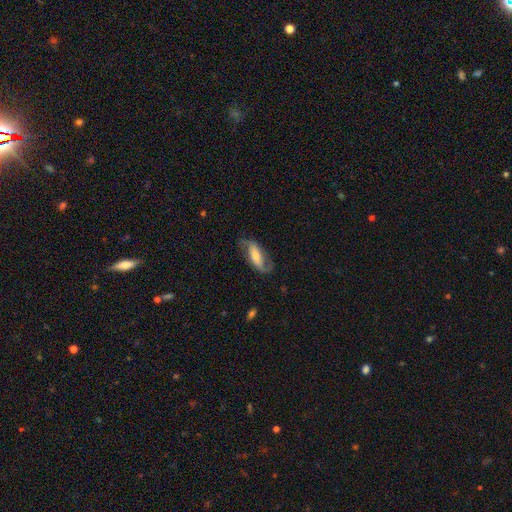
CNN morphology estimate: smooth-or-featured: featured or disk: 69% | smooth: 25% | star or artifact: 6%
  disk-edge-on: no: 92% | yes: 8%
    bar: strong: 34% | no: 33% | weak: 33%
    has-spiral-arms: yes: 91% | no: 9%
      spiral-winding: loose: 54% | medium: 33% | tight: 13%
      spiral-arm-count: 2: 87% | 1: 6% | can't tell: 4% | 3: 1% | 4: 1% | more than 4: 1%
    bulge-size: moderate: 42% | small: 37% | large: 12% | none: 7% | dominant: 3%
  merging: none: 70% | minor disturbance: 18% | major disturbance: 10% | merger: 2%